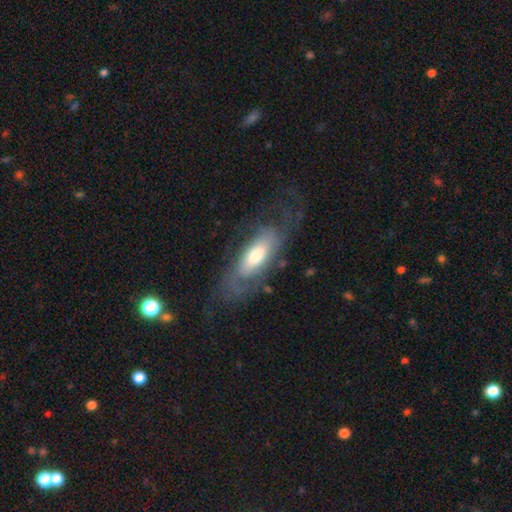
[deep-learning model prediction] The model was most divided on "smooth or featured": featured or disk: 62%, smooth: 32%, star or artifact: 6%. More confident: edge-on disk — no (82%); spiral arms — yes (74%); bar — no (64%); bulge size — moderate (56%); merging — none (54%).